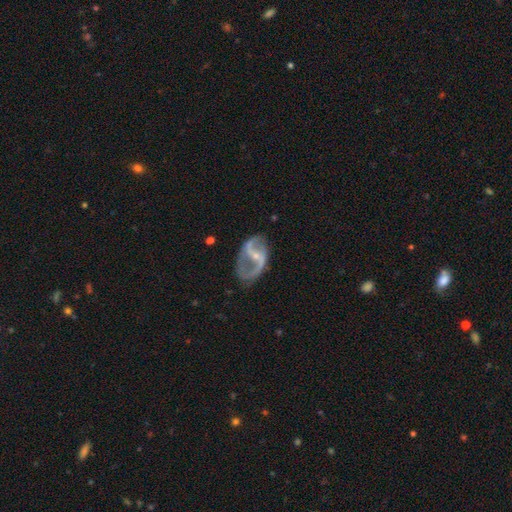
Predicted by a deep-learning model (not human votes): This appears to be a featured or disk galaxy (86%) with a weak bar (40%), 2 (87%) loose (57%) spiral arms (90%) and a small central bulge (69%). Merging: none (61%).